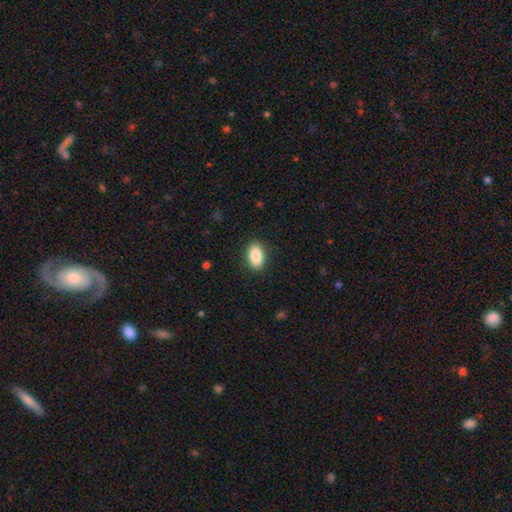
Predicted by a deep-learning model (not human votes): Smooth or featured? smooth (88%)
How rounded? in between (92%)
Merging? none (88%)